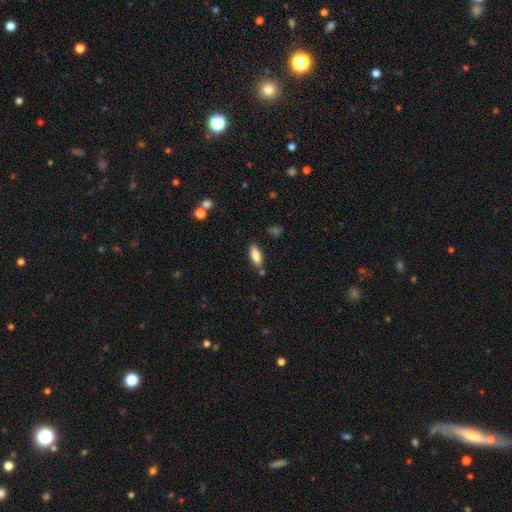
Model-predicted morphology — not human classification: Smooth or featured?
  - smooth: 85% *
  - featured or disk: 8%
  - star or artifact: 7%
How rounded?
  - in between: 77% *
  - cigar-shaped: 21%
  - round: 2%
Merging?
  - none: 76% *
  - minor disturbance: 14%
  - merger: 7%
  - major disturbance: 3%